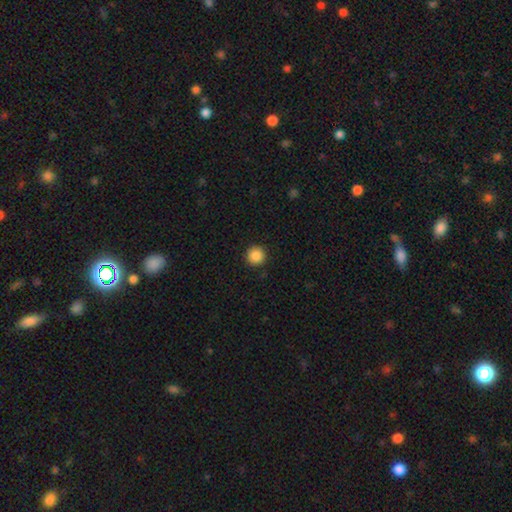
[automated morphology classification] A smooth galaxy with no disk features (87%) that is round (96%). Merging: none (92%).